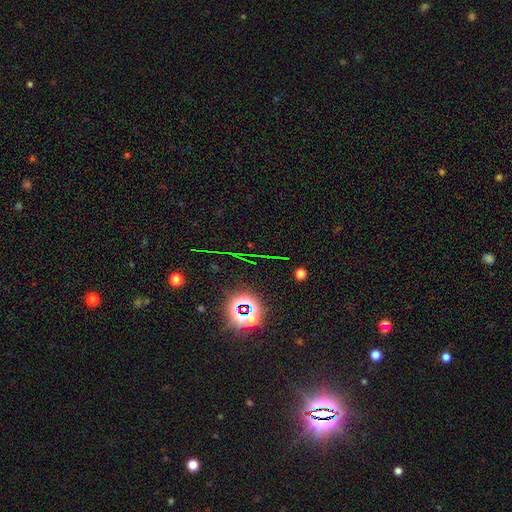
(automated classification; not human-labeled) Smooth or featured?
  - star or artifact: 78% *
  - smooth: 13%
  - featured or disk: 9%